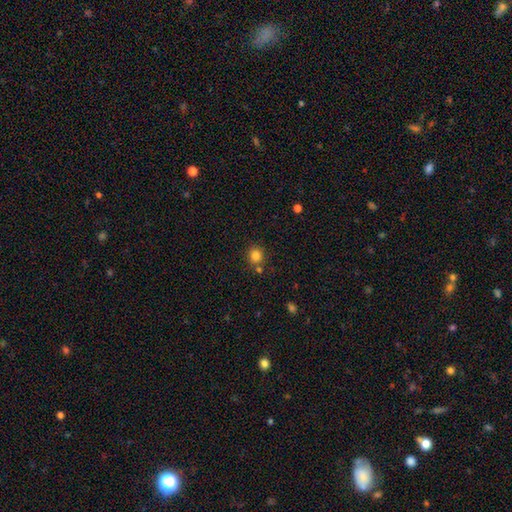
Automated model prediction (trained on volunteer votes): Smooth or featured? Predicted: smooth (p=0.83). How rounded? Predicted: round (p=0.85). Merging? Predicted: none (p=0.77).